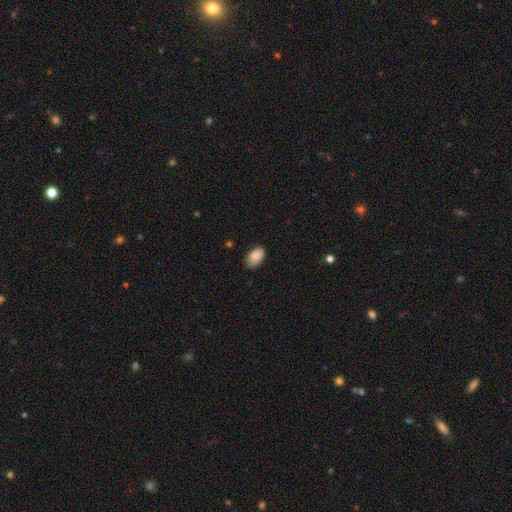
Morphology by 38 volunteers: Smooth or featured? smooth (84%)
How rounded? in between (94%)
Merging? none (69%)